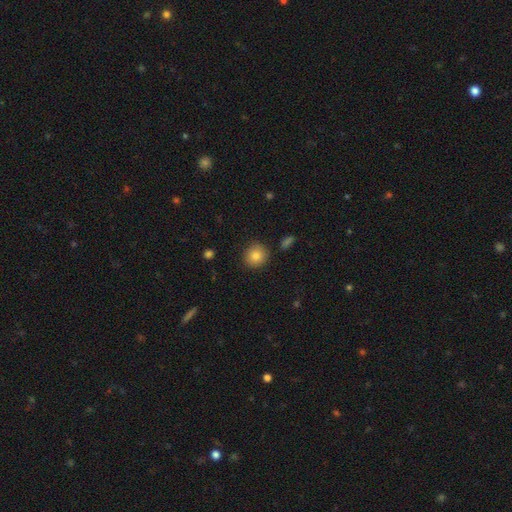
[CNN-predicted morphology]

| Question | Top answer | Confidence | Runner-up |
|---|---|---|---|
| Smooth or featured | smooth | 84% | star or artifact (9%) |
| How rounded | round | 88% | in between (11%) |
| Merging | none | 86% | minor disturbance (10%) |